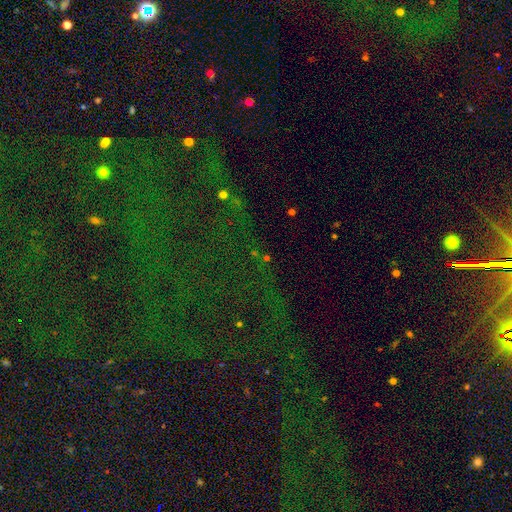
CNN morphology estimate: A star or artifact, not a galaxy (81%).

Vote fractions:
- Smooth or featured? star or artifact: 81% / smooth: 10% / featured or disk: 9%